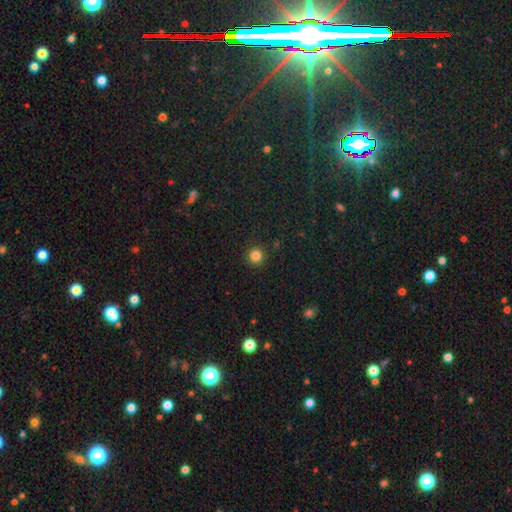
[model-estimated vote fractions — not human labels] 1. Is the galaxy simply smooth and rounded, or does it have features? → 83% smooth, 13% star or artifact, 4% featured or disk.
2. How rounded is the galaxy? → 95% round, 4% in between, 1% cigar-shaped.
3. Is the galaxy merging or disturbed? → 92% none, 5% minor disturbance, 2% major disturbance, 1% merger.